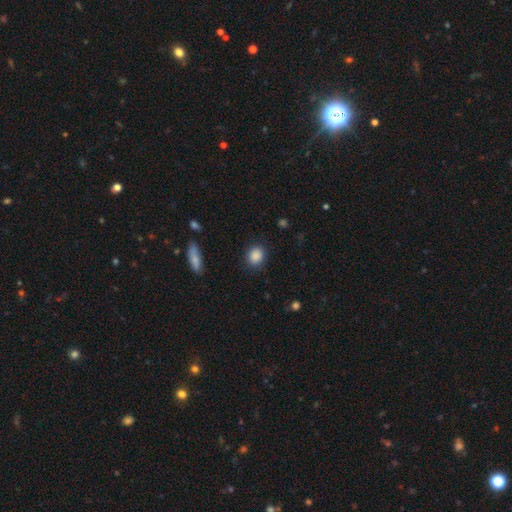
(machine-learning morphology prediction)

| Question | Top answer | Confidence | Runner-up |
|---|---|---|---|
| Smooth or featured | smooth | 88% | star or artifact (8%) |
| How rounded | round | 61% | in between (38%) |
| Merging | none | 87% | minor disturbance (9%) |